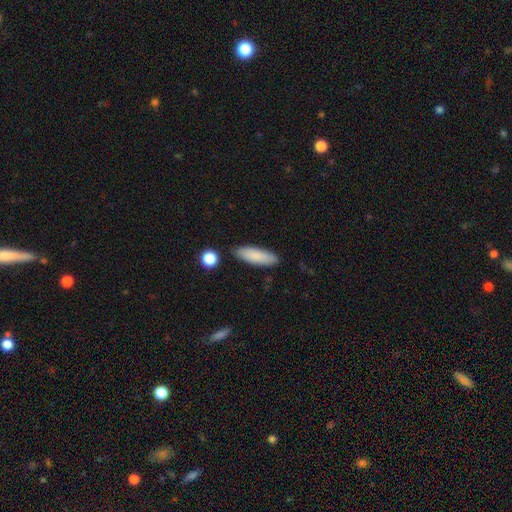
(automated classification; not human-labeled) Morphology: type=smooth (85%); roundness=in between (56%); merging=none (84%).